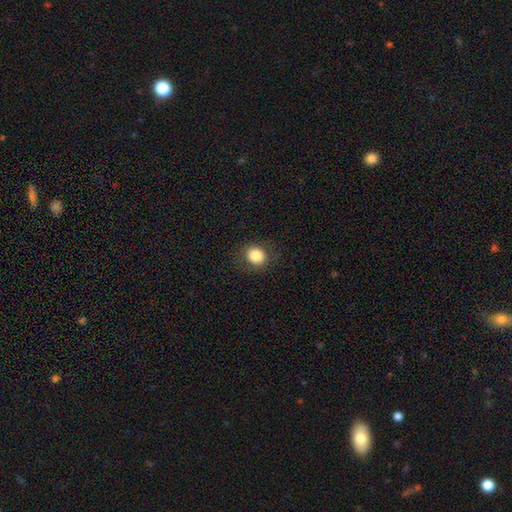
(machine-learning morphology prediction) type=smooth (84%); roundness=round (74%); merging=none (85%).